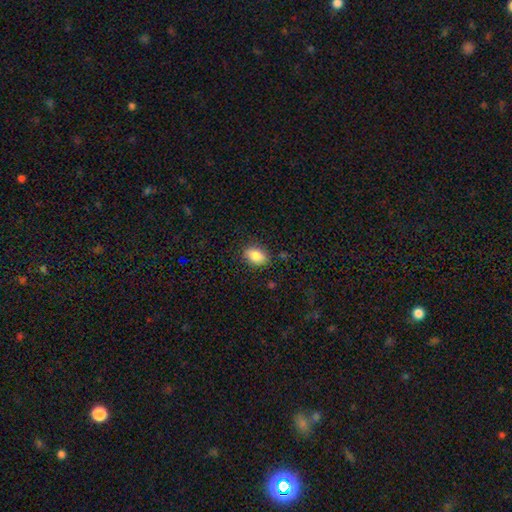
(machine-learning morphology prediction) This appears to be a smooth galaxy with no disk features (85%) that is in between round and cigar-shaped (84%). Merging: none (85%).